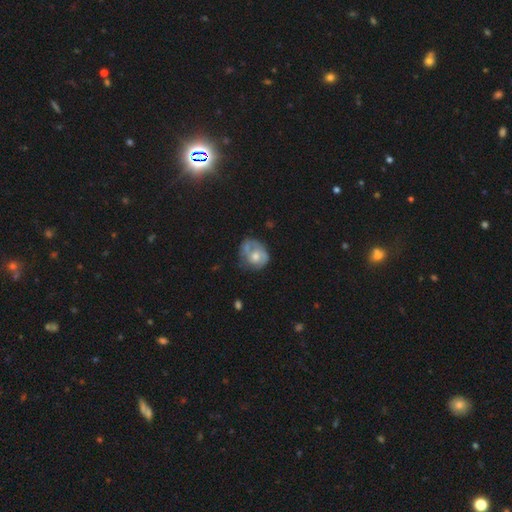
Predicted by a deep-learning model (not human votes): Smooth or featured? featured or disk (52%)
Edge-on disk? no (97%)
Bar? no (82%)
Spiral arms? yes (51%)
Bulge size? moderate (64%)
Merging? none (43%)